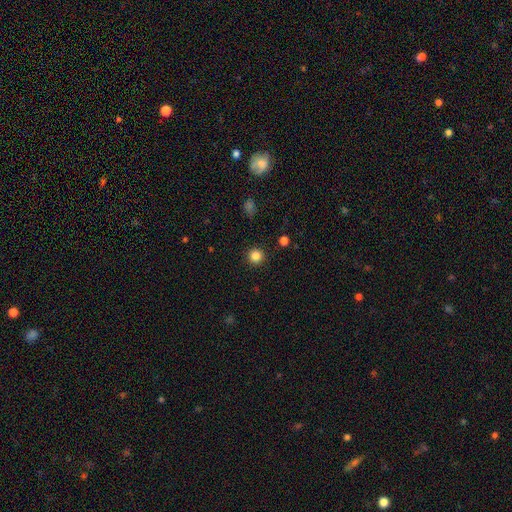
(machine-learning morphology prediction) Overall: smooth (85%). How rounded: round (95%). Merging: none (93%).